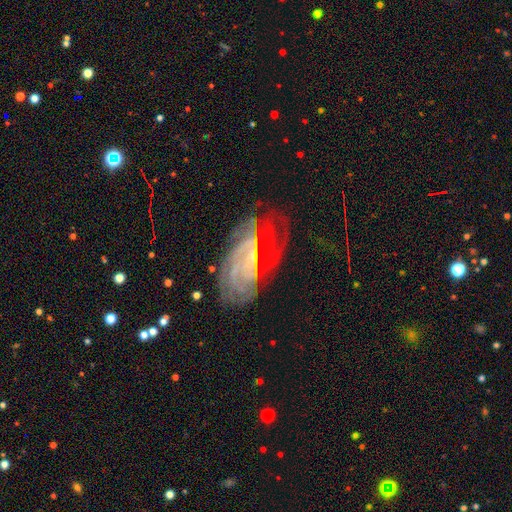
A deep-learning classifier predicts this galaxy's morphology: This appears to be a featured or disk galaxy (77%) with no bar (45%), tight (46%) spiral arms (81%) and a small central bulge (71%). Merging: none (43%).